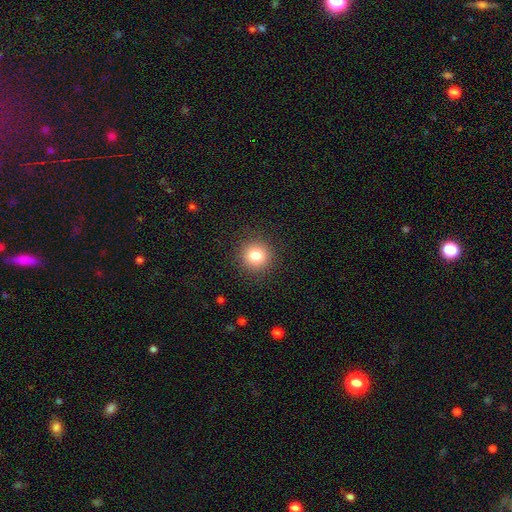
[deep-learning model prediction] Morphology: type=smooth (81%); roundness=round (92%); merging=none (90%).